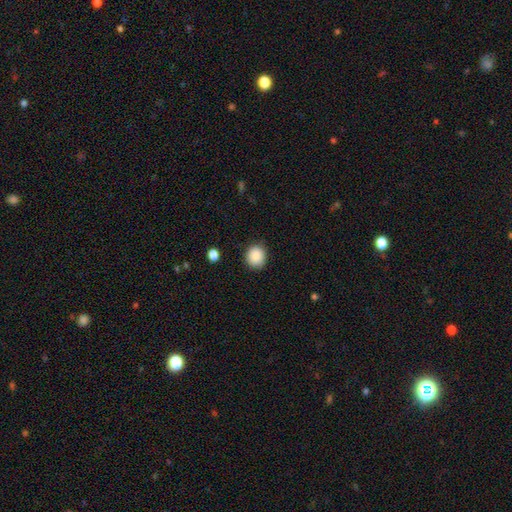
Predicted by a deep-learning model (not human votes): Smooth or featured? smooth (87%)
How rounded? round (82%)
Merging? none (87%)